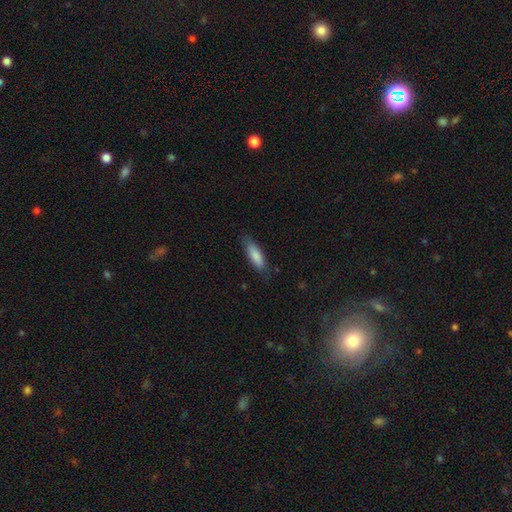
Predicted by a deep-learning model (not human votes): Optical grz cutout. It shows a smooth galaxy with no disk features (84%) that is in between round and cigar-shaped (53%). Merging: none (79%).